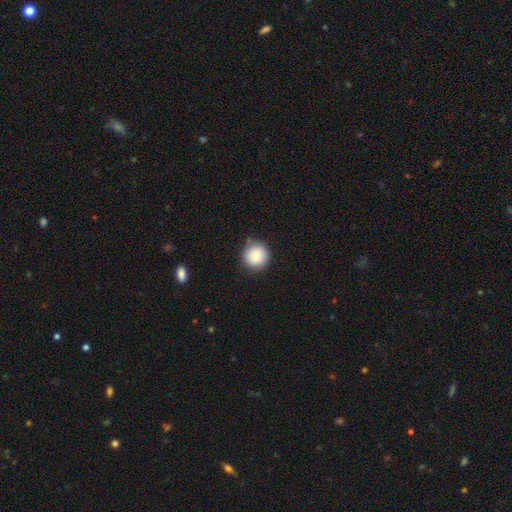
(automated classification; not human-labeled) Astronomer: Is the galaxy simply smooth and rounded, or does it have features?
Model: smooth — 86%.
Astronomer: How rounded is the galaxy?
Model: round — 94%.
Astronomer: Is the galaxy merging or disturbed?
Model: none — 83%.